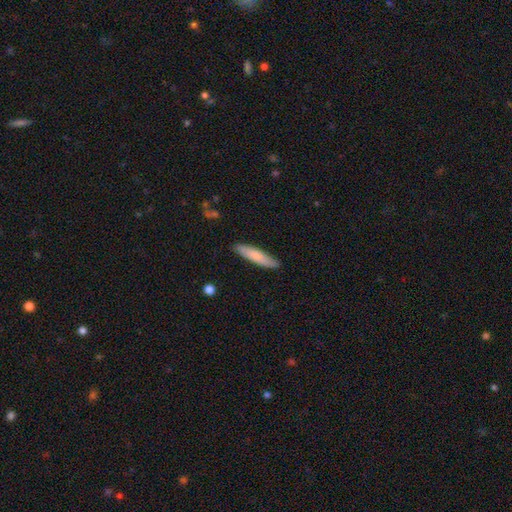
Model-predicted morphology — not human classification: A smooth galaxy with no disk features (78%) that is cigar-shaped (84%). Merging: none (88%).